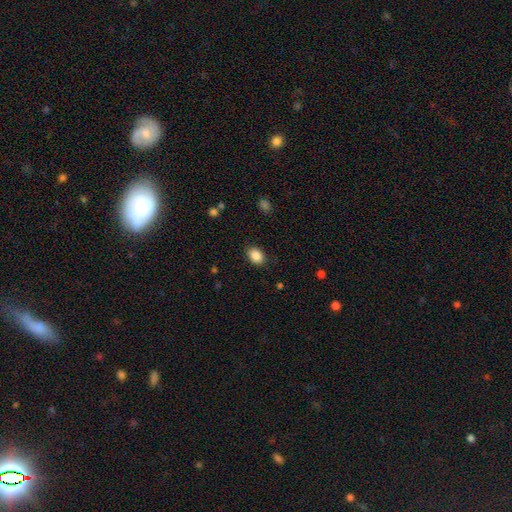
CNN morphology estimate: This is clearly a smooth galaxy (88%). How rounded: likely in between (73%). Merging: clearly none (87%).